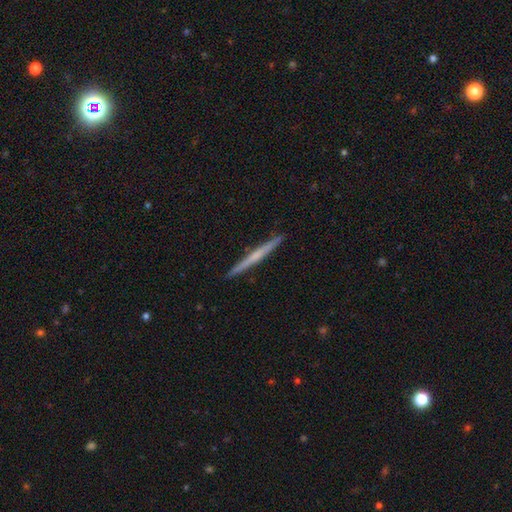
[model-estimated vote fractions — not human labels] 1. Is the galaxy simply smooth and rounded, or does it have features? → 59% featured or disk, 35% smooth, 6% star or artifact.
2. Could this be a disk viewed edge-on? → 98% yes, 2% no.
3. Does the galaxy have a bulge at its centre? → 57% none, 35% rounded, 8% boxy.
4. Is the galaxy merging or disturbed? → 93% none, 5% minor disturbance, 1% major disturbance, 1% merger.